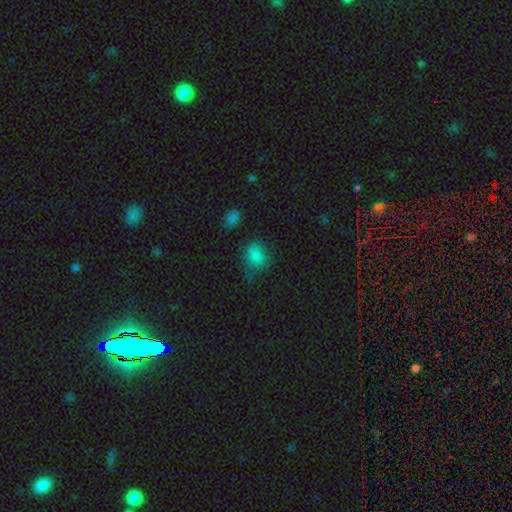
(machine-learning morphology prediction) smooth 79%, star or artifact 14%, featured or disk 6%. Down the decision tree: how rounded — round (55%); merging — none (56%).